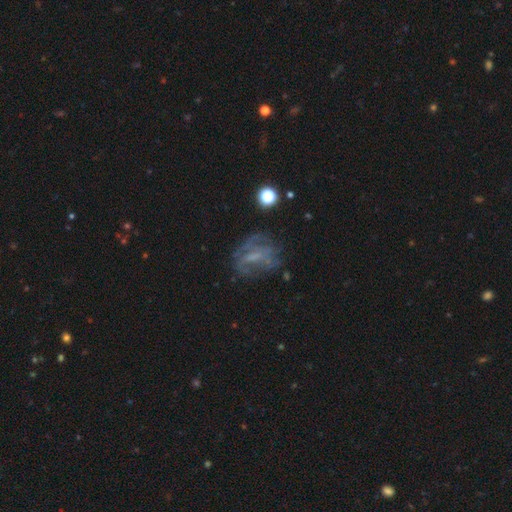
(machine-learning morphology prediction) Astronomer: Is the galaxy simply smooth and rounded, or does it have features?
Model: featured or disk — 55%.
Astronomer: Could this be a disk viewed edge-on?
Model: no — 95%.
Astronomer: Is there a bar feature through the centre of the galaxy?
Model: no — 52% (runner-up: weak, 35%).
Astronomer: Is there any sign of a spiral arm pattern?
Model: no — 56% (runner-up: yes, 44%).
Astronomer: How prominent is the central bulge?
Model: none — 43% (runner-up: small, 35%).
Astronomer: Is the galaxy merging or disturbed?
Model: none — 52%.